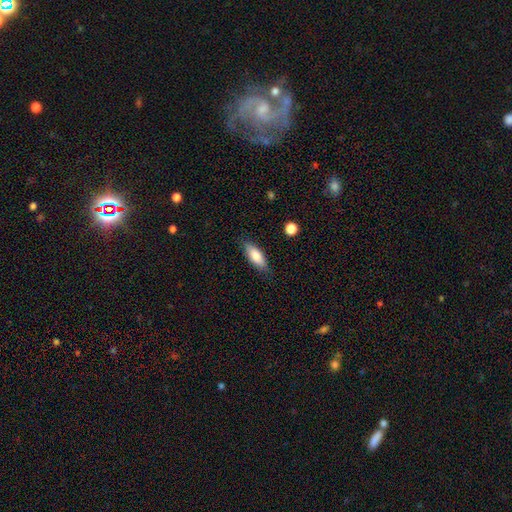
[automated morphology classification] Q: Smooth or featured?
A: smooth (81%); runner-up: featured or disk (13%)
Q: How rounded?
A: in between (69%); runner-up: cigar-shaped (29%)
Q: Merging?
A: none (83%); runner-up: minor disturbance (13%)